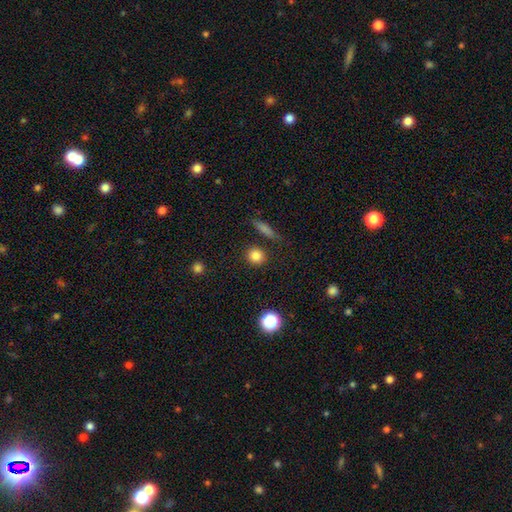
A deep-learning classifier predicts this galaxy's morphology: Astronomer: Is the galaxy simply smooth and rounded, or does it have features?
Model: smooth — 84%.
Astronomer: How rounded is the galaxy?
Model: round — 88%.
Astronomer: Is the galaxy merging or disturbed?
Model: none — 87%.